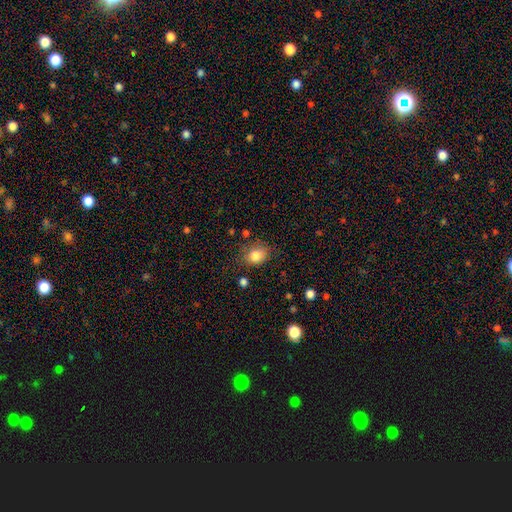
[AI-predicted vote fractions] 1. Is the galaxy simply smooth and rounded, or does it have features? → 83% smooth, 10% star or artifact, 7% featured or disk.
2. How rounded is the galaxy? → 52% round, 47% in between, 1% cigar-shaped.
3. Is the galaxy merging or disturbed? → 73% none, 19% minor disturbance, 6% major disturbance, 3% merger.